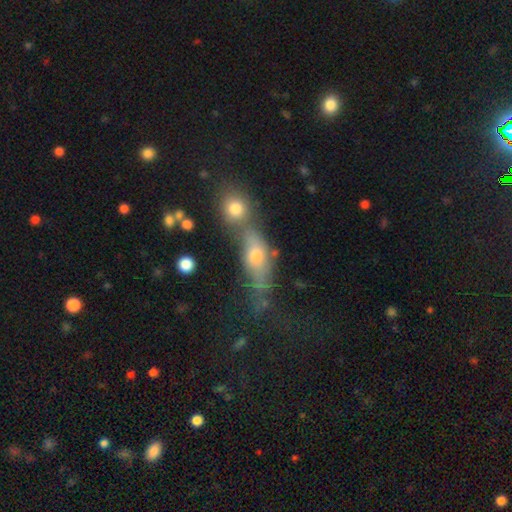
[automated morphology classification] A smooth galaxy with no disk features (57%) that is in between round and cigar-shaped (53%).

Vote fractions:
- Smooth or featured? smooth: 57% / featured or disk: 28% / star or artifact: 15%
- How rounded? in between: 53% / cigar-shaped: 30% / round: 17%
- Merging? merger: 44% / none: 34% / minor disturbance: 13% / major disturbance: 9%